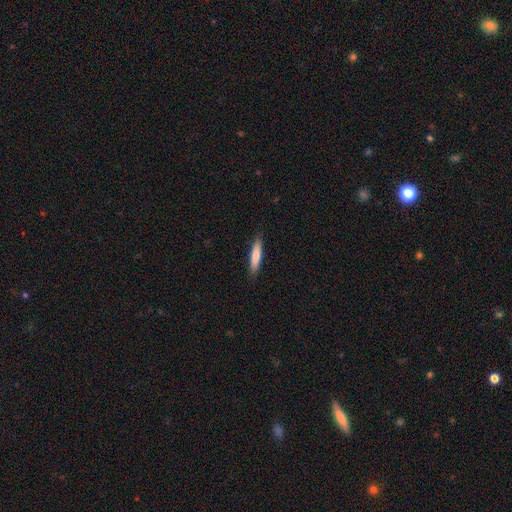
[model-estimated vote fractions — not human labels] Overall: smooth (77%). How rounded: cigar-shaped (85%). Merging: none (89%).